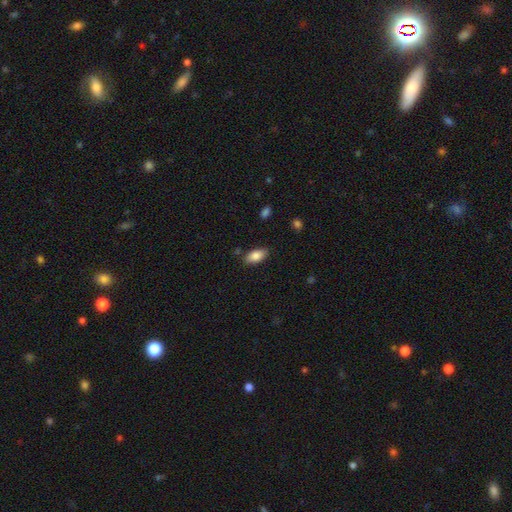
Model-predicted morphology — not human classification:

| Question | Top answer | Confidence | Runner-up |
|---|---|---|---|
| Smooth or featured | smooth | 85% | featured or disk (8%) |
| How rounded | in between | 91% | cigar-shaped (6%) |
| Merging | none | 83% | minor disturbance (12%) |